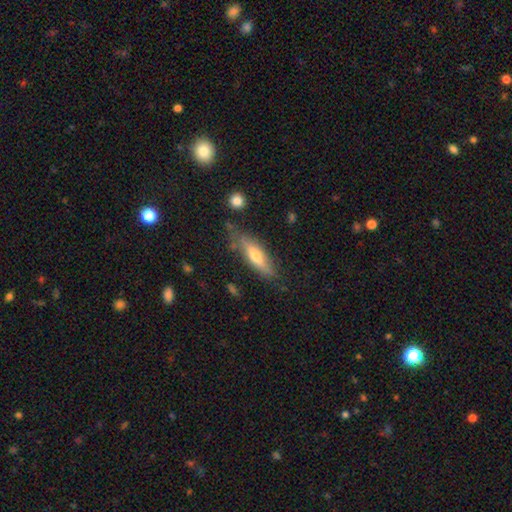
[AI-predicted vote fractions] Smooth or featured? smooth (52%)
How rounded? cigar-shaped (64%)
Merging? none (72%)